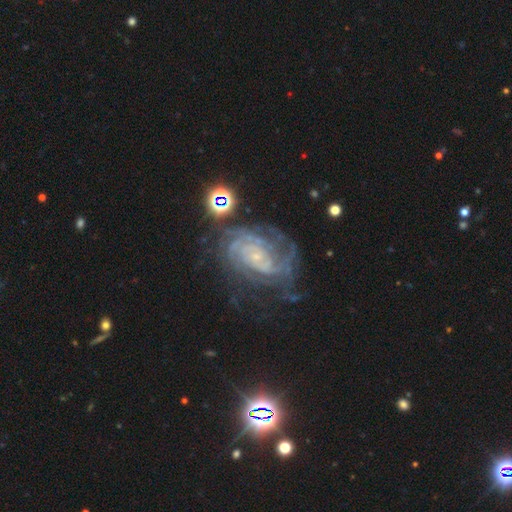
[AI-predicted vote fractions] Smooth or featured? featured or disk (86%)
Edge-on disk? no (97%)
Bar? no (69%)
Spiral arms? yes (96%)
Spiral winding? tight (68%)
Spiral arm count? can't tell (32%)
Bulge size? small (80%)
Merging? none (59%)